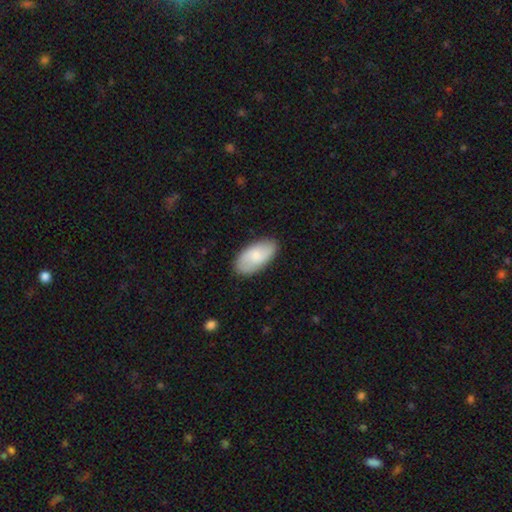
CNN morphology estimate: A smooth galaxy with no disk features (72%) that is in between round and cigar-shaped (94%).

Vote fractions:
- Smooth or featured? smooth: 72% / featured or disk: 23% / star or artifact: 6%
- How rounded? in between: 94% / cigar-shaped: 3% / round: 3%
- Merging? none: 85% / minor disturbance: 12% / major disturbance: 2% / merger: 1%